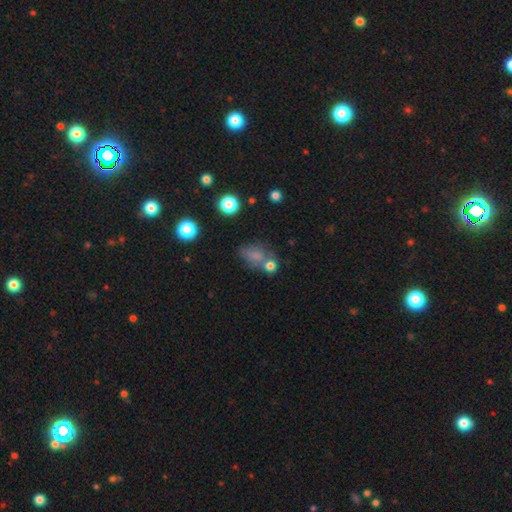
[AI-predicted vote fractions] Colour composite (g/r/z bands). It shows a smooth galaxy with no disk features (71%) that is in between round and cigar-shaped (73%). Merging: none (46%).